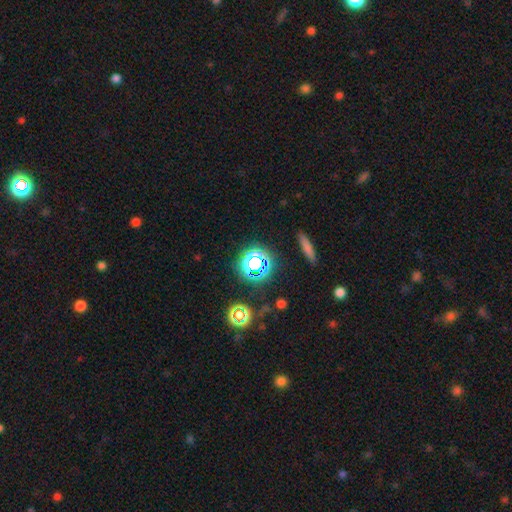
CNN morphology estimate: Smooth or featured? star or artifact (62%)